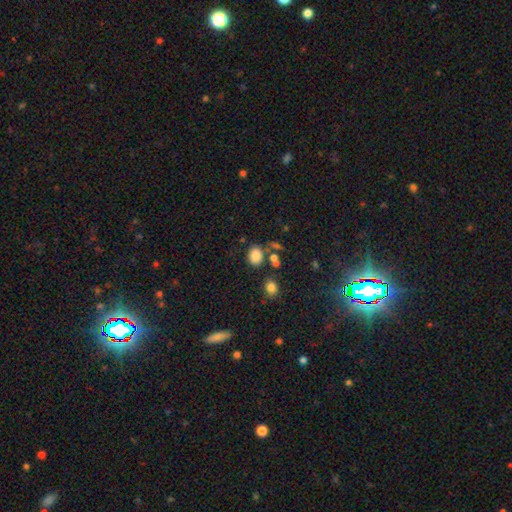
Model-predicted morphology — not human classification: smooth-or-featured: smooth: 83% | star or artifact: 12% | featured or disk: 5%
  how-rounded: in between: 58% | round: 40% | cigar-shaped: 1%
  merging: none: 69% | minor disturbance: 14% | merger: 12% | major disturbance: 5%